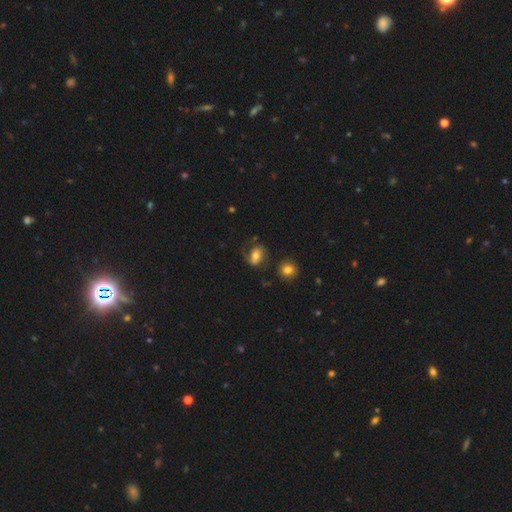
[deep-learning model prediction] A smooth galaxy with no disk features (50%).

Vote fractions:
- Smooth or featured? smooth: 50% / featured or disk: 40% / star or artifact: 10%
- Merging? none: 56% / minor disturbance: 22% / major disturbance: 16% / merger: 6%